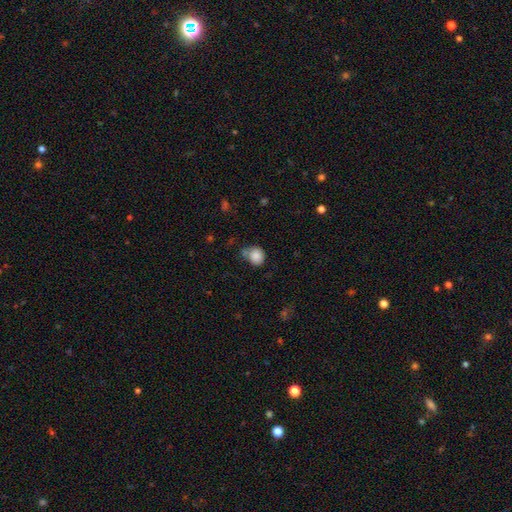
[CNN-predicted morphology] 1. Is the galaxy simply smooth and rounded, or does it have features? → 86% smooth, 9% star or artifact, 5% featured or disk.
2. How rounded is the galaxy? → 75% round, 24% in between, 1% cigar-shaped.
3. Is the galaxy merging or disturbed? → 55% none, 25% minor disturbance, 12% merger, 7% major disturbance.